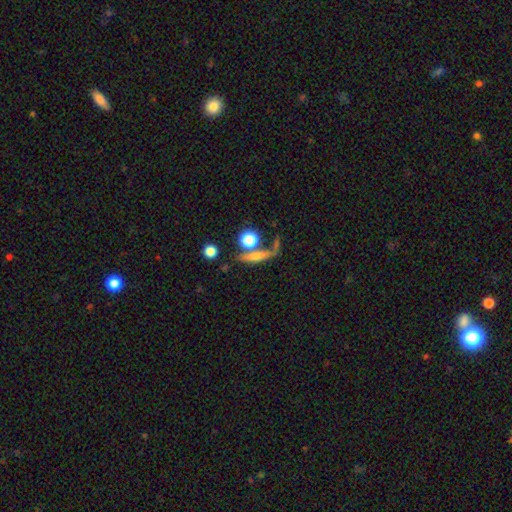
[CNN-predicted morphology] Smooth or featured? Predicted: smooth (p=0.46). Merging? Predicted: none (p=0.57).